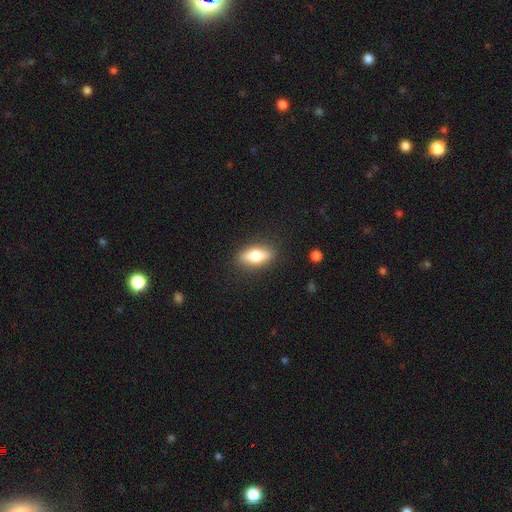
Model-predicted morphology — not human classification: Smooth or featured? smooth (67%)
How rounded? in between (73%)
Merging? none (87%)